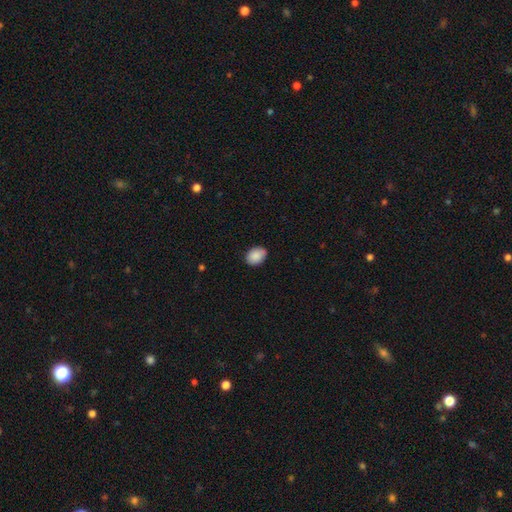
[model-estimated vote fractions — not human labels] smooth 89%, star or artifact 7%, featured or disk 4%. Down the decision tree: how rounded — in between (71%); merging — none (84%).